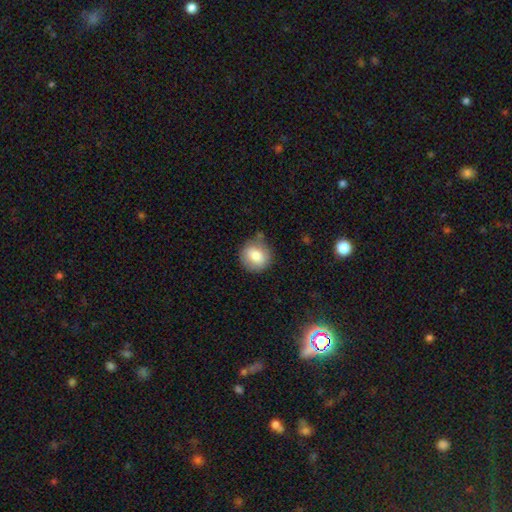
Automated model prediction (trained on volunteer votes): The model was most divided on "merging": none: 71%, minor disturbance: 20%, major disturbance: 5%, merger: 4%. More confident: how rounded — round (86%); smooth or featured — smooth (81%).